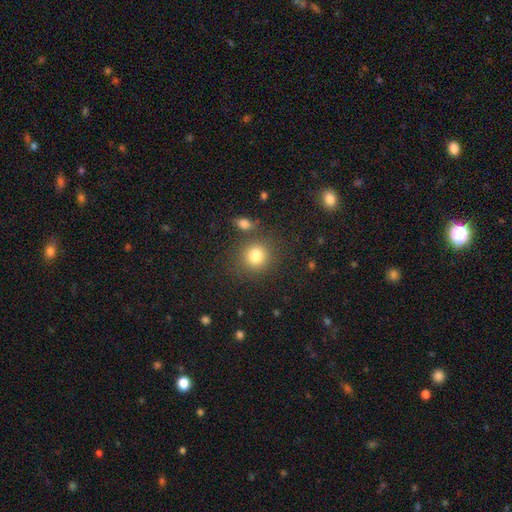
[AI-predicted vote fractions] A smooth galaxy with no disk features (82%) that is round (87%).

Vote fractions:
- Smooth or featured? smooth: 82% / star or artifact: 11% / featured or disk: 7%
- How rounded? round: 87% / in between: 12% / cigar-shaped: 1%
- Merging? none: 79% / minor disturbance: 9% / merger: 8% / major disturbance: 4%